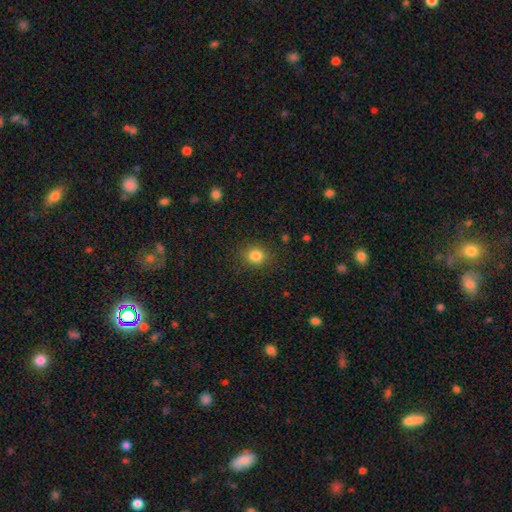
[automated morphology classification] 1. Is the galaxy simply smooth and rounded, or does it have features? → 84% smooth, 11% star or artifact, 5% featured or disk.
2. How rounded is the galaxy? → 79% round, 20% in between, 1% cigar-shaped.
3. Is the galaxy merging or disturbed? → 88% none, 8% minor disturbance, 3% major disturbance, 1% merger.